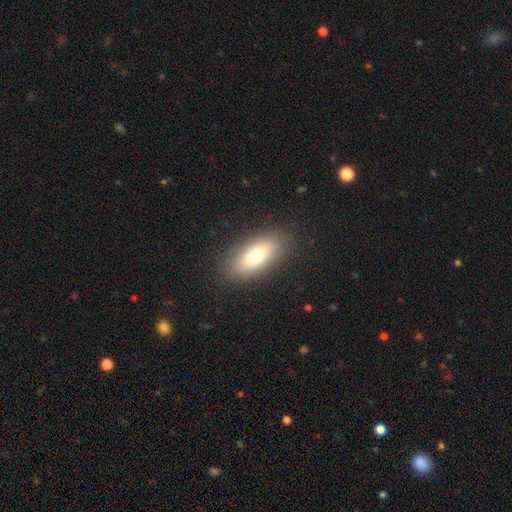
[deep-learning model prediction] A smooth galaxy with no disk features (73%) that is in between round and cigar-shaped (82%). Merging: none (88%).